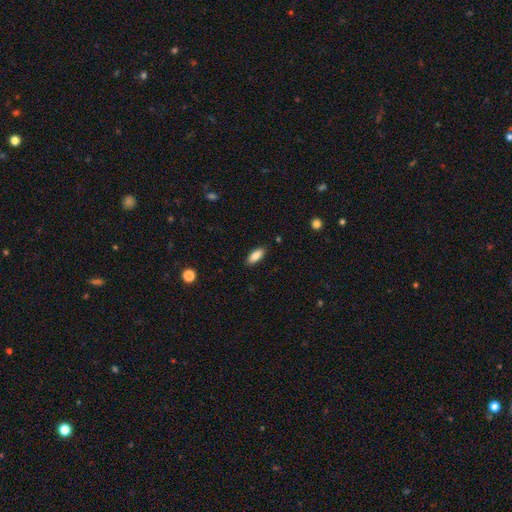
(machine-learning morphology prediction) smooth 86%, featured or disk 7%, star or artifact 7%. Down the decision tree: how rounded — in between (82%); merging — none (88%).